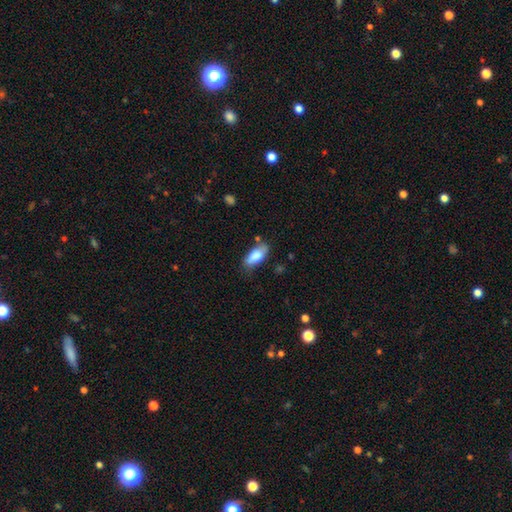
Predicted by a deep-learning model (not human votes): Smooth or featured? Predicted: smooth (p=0.83). How rounded? Predicted: in between (p=0.83). Merging? Predicted: none (p=0.67).